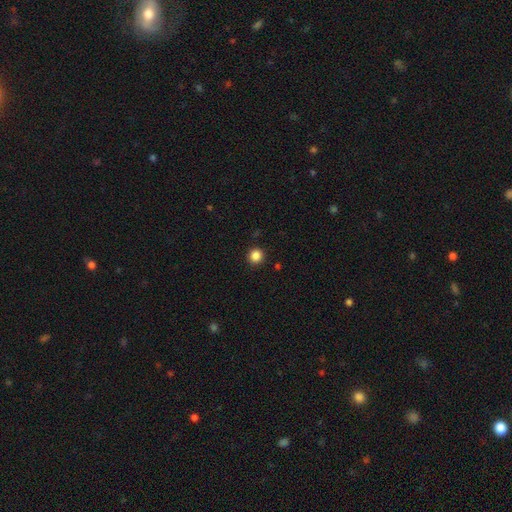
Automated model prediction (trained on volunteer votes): Smooth or featured: smooth — 86% (star or artifact — 11%)
How rounded: round — 94% (in between — 5%)
Merging: none — 92% (minor disturbance — 5%)